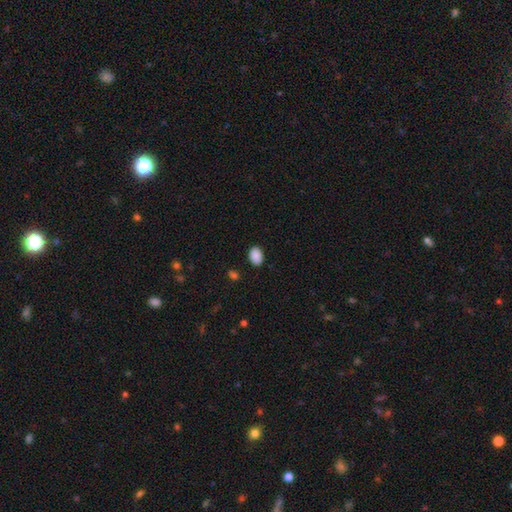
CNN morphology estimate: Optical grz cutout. It shows a smooth galaxy with no disk features (89%) that is in between round and cigar-shaped (80%). Merging: none (86%).